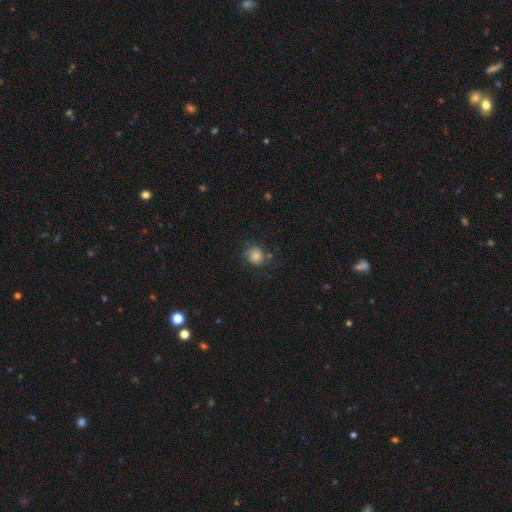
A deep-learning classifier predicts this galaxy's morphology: type=smooth (65%); roundness=round (76%); merging=none (60%).